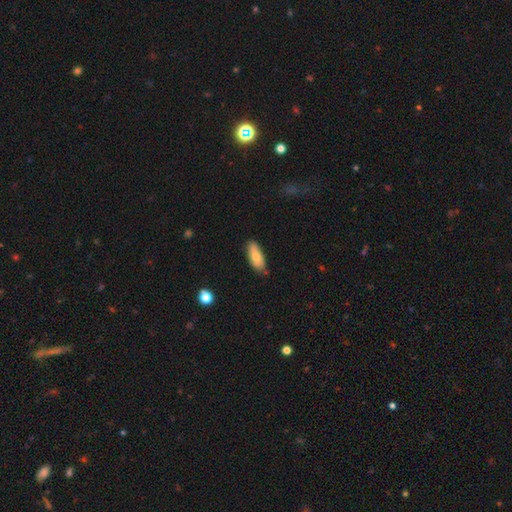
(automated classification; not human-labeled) smooth-or-featured: smooth: 73% | featured or disk: 20% | star or artifact: 7%
  how-rounded: in between: 76% | cigar-shaped: 21% | round: 2%
  merging: none: 76% | minor disturbance: 19% | major disturbance: 3% | merger: 2%